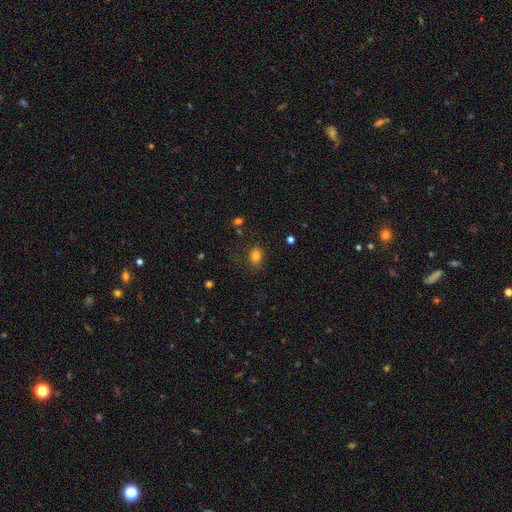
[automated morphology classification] Smooth or featured: smooth — 81% (star or artifact — 13%)
How rounded: in between — 58% (round — 40%)
Merging: none — 78% (minor disturbance — 15%)